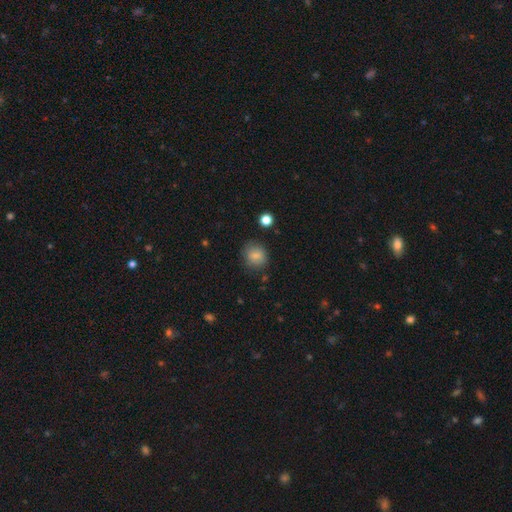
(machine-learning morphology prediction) A smooth galaxy with no disk features (83%) that is round (72%). Merging: none (79%).